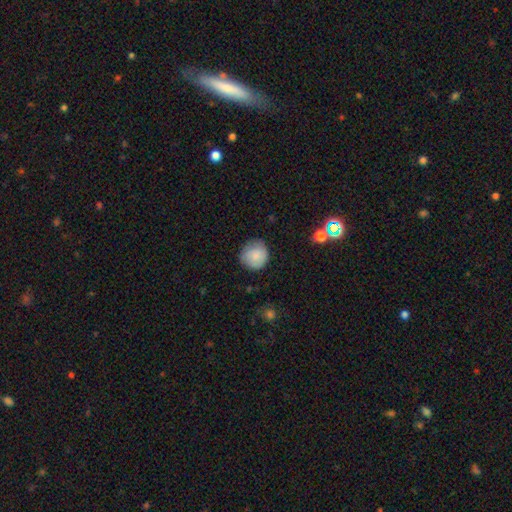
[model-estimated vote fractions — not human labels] Smooth or featured: smooth — 84% (featured or disk — 8%)
How rounded: round — 91% (in between — 8%)
Merging: none — 78% (minor disturbance — 17%)